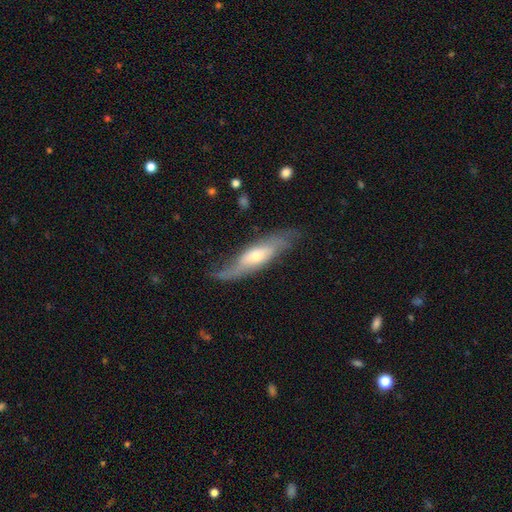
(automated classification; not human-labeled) A featured or disk galaxy (62%). Merging: none (62%).